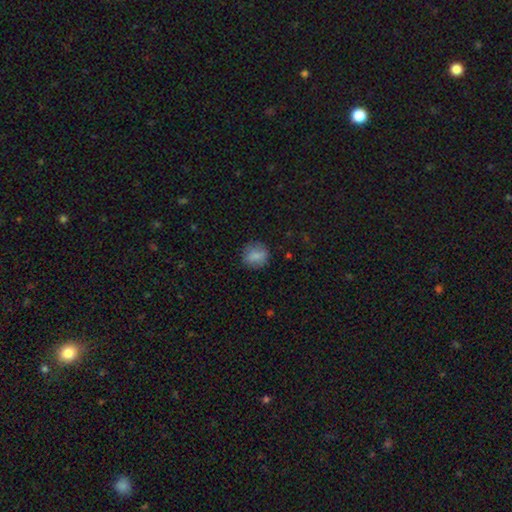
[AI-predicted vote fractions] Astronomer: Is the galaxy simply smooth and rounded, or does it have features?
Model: smooth — 82%.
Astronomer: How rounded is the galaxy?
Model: round — 79%.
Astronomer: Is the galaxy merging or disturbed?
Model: none — 79%.